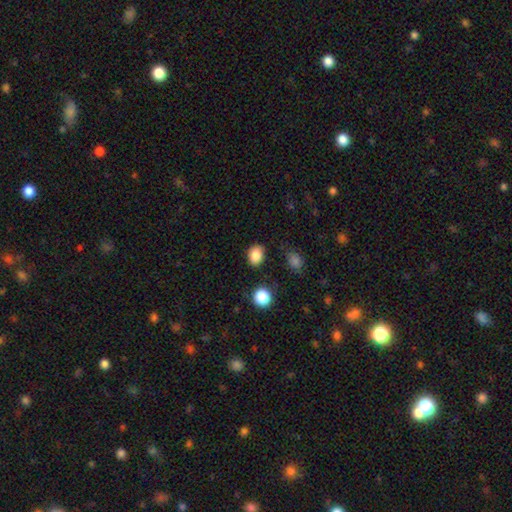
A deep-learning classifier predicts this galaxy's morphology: The model was most divided on "how rounded": in between: 60%, round: 39%, cigar-shaped: 1%. More confident: smooth or featured — smooth (85%); merging — none (83%).